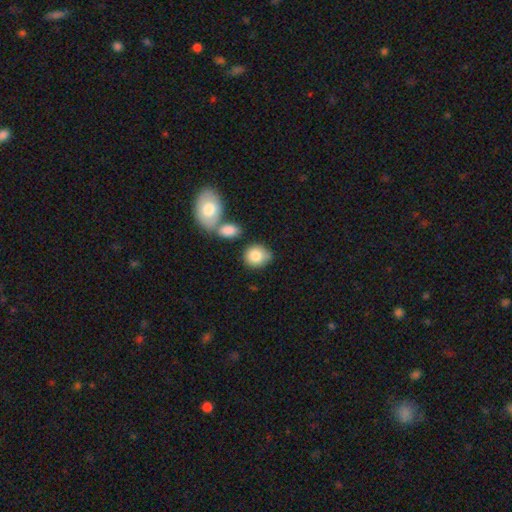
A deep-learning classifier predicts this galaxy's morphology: This is clearly a smooth galaxy (83%). How rounded: likely round (68%). Merging: likely none (65%).